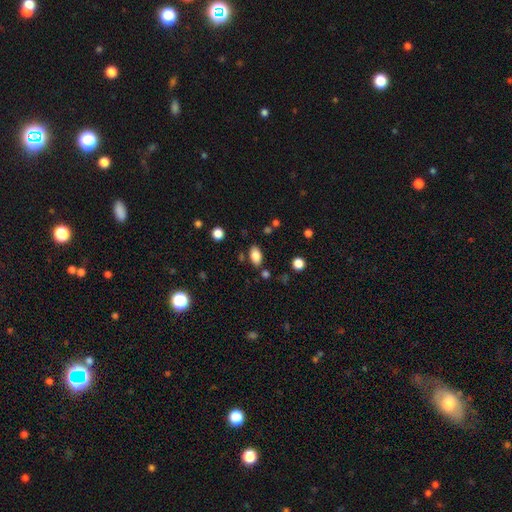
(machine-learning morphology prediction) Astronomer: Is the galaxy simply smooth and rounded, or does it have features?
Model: smooth — 83%.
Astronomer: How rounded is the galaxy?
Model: in between — 90%.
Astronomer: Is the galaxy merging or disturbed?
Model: none — 81%.